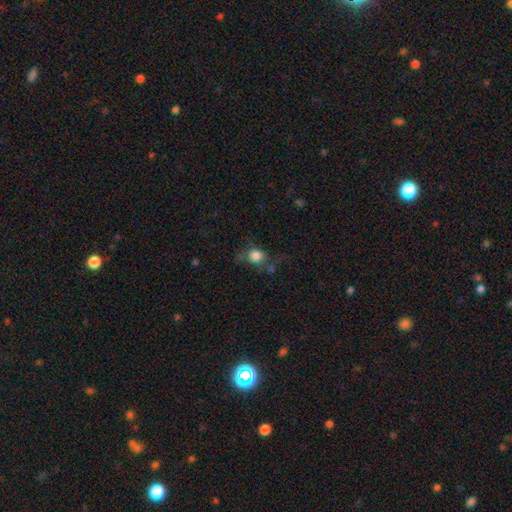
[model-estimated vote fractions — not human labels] Overall: smooth (72%). How rounded: round (73%). Merging: none (48%; minor disturbance 24%).